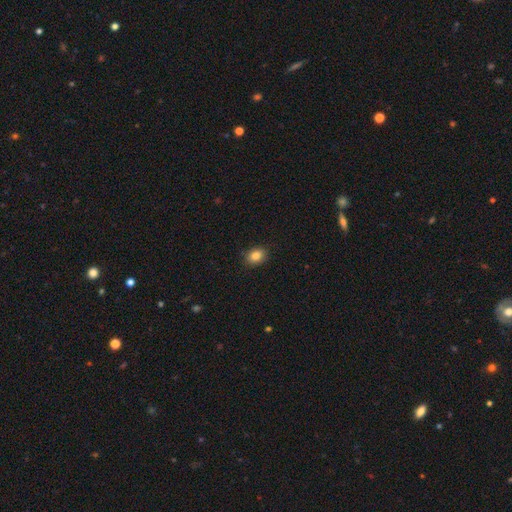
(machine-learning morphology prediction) This is clearly a smooth galaxy (85%). How rounded: likely in between (61%). Merging: clearly none (88%).